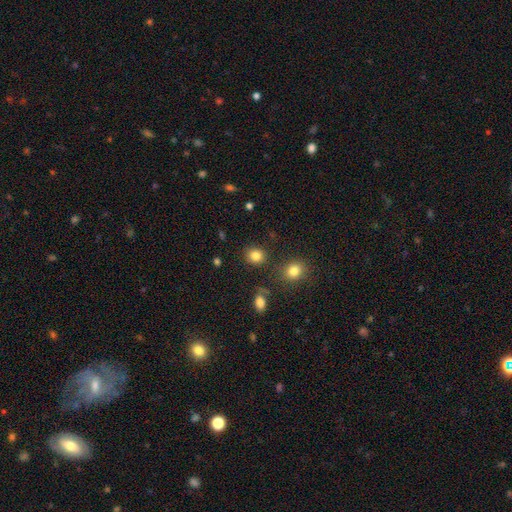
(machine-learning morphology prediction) type=smooth (84%); roundness=round (79%); merging=none (85%).